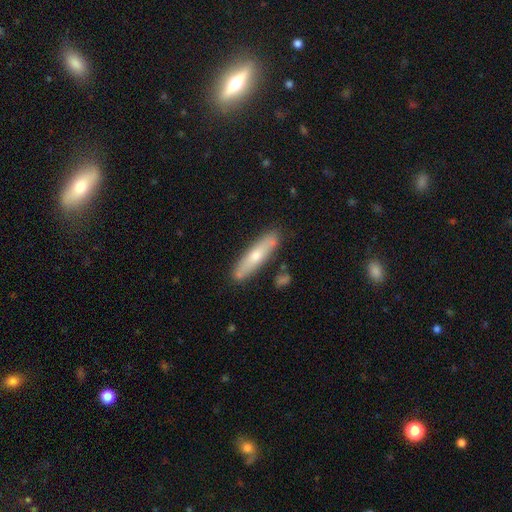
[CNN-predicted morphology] A featured or disk galaxy (46%).

Vote fractions:
- Smooth or featured? featured or disk: 46% / smooth: 44% / star or artifact: 9%
- Merging? none: 86% / minor disturbance: 10% / merger: 2% / major disturbance: 2%